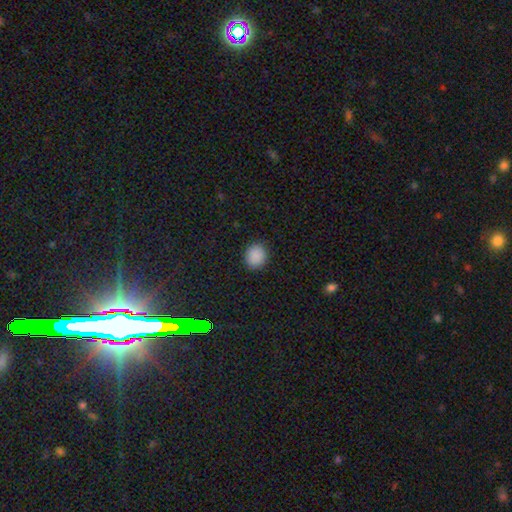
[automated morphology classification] type=smooth (88%); roundness=round (75%); merging=none (90%).